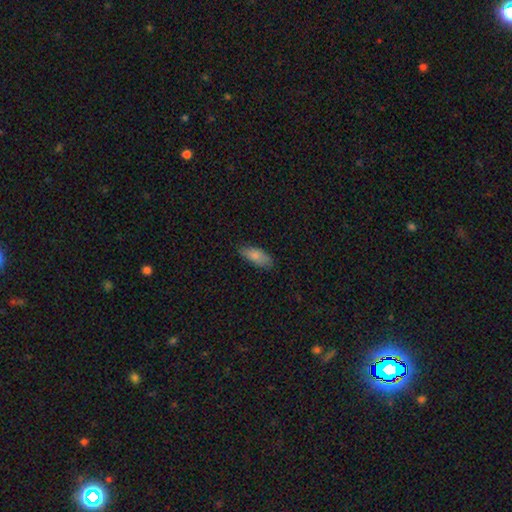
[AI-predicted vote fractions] A smooth galaxy with no disk features (83%) that is in between round and cigar-shaped (82%).

Vote fractions:
- Smooth or featured? smooth: 83% / featured or disk: 10% / star or artifact: 6%
- How rounded? in between: 82% / cigar-shaped: 16% / round: 2%
- Merging? none: 79% / minor disturbance: 17% / major disturbance: 3% / merger: 1%